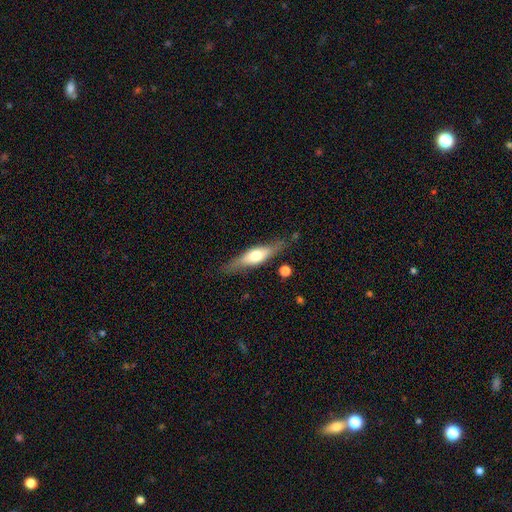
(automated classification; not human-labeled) The model was most divided on "smooth or featured": featured or disk: 56%, smooth: 39%, star or artifact: 6%. More confident: edge-on disk — yes (89%); merging — none (81%).